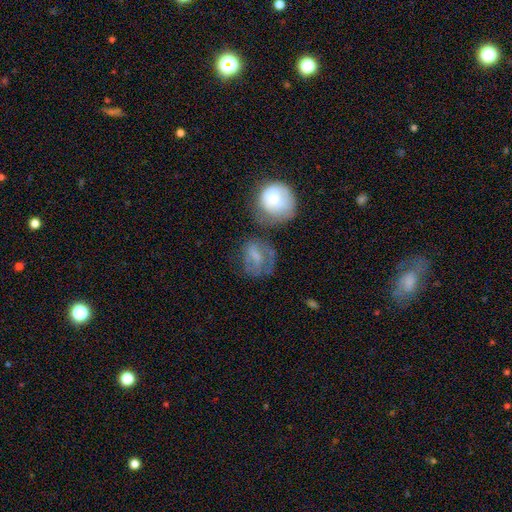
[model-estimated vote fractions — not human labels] This is possibly a smooth galaxy (52%). How rounded: possibly round (56%). Merging: marginally none (41%).